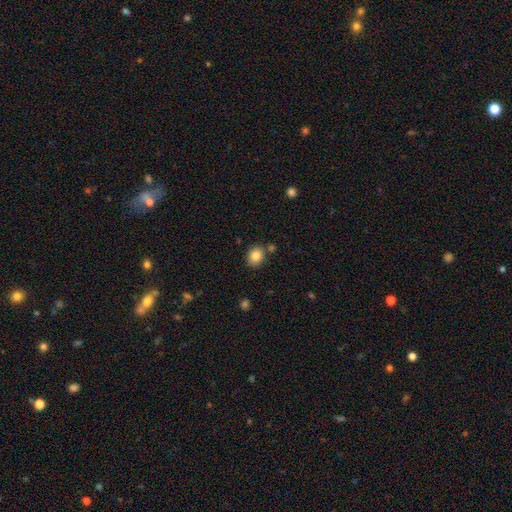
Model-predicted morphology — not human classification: smooth 85%, star or artifact 9%, featured or disk 6%. Down the decision tree: how rounded — round (63%); merging — none (80%).